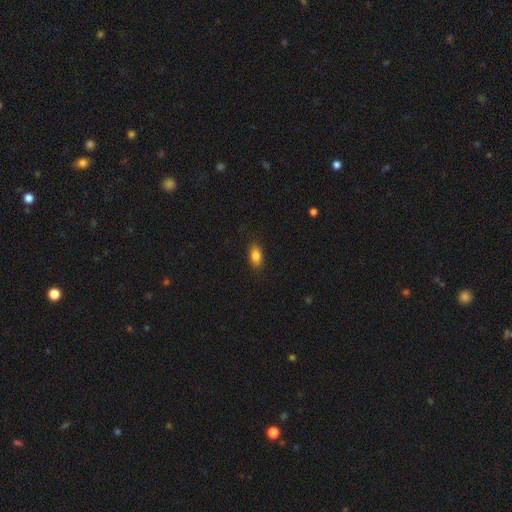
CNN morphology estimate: This appears to be a smooth galaxy with no disk features (84%) that is in between round and cigar-shaped (88%). Merging: none (86%).